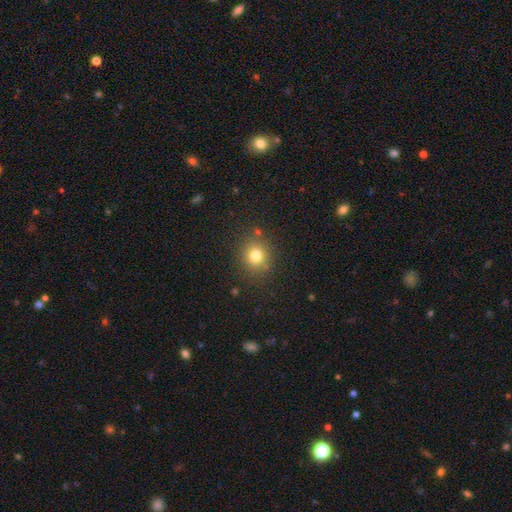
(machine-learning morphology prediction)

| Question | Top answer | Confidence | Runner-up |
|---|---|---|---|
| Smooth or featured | smooth | 77% | star or artifact (15%) |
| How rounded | round | 87% | in between (12%) |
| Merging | none | 85% | minor disturbance (9%) |